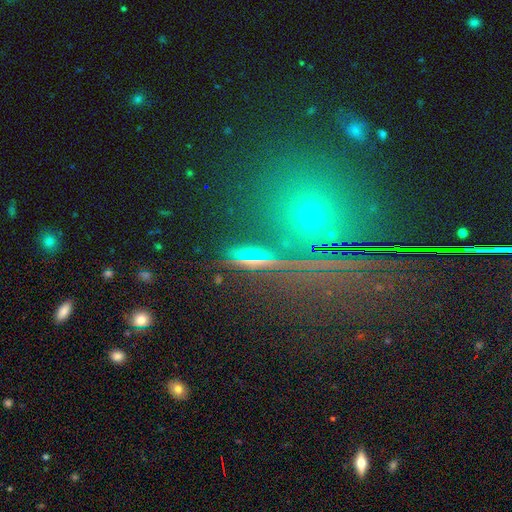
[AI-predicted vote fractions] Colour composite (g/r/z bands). It shows a star or artifact, not a galaxy (54%).